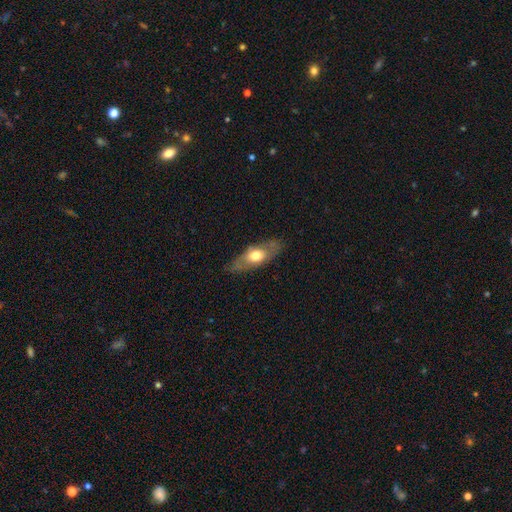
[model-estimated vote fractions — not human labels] A smooth galaxy with no disk features (52%) that is in between round and cigar-shaped (68%).

Vote fractions:
- Smooth or featured? smooth: 52% / featured or disk: 42% / star or artifact: 6%
- How rounded? in between: 68% / cigar-shaped: 26% / round: 5%
- Merging? none: 75% / minor disturbance: 18% / major disturbance: 5% / merger: 1%